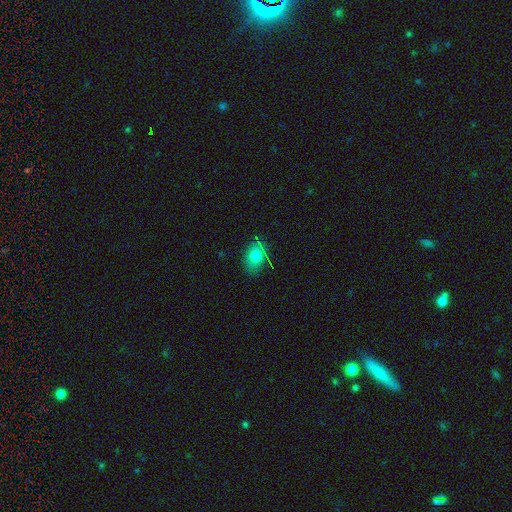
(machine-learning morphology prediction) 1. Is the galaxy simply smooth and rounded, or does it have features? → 74% smooth, 13% star or artifact, 13% featured or disk.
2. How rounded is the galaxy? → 75% in between, 24% round, 2% cigar-shaped.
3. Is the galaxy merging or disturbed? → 77% none, 17% minor disturbance, 4% major disturbance, 2% merger.